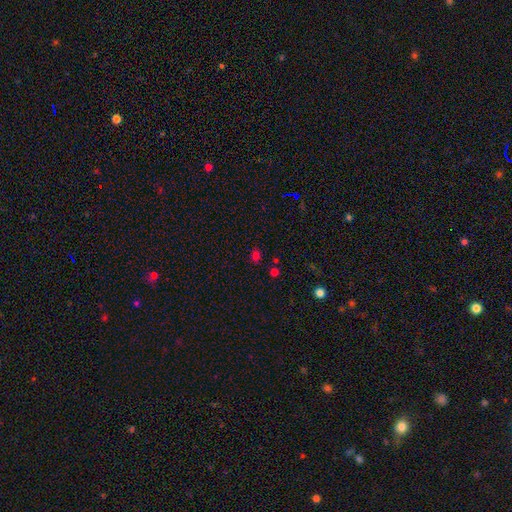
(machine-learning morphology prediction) This is likely a smooth galaxy (65%). How rounded: possibly in between (53%). Merging: clearly none (81%).